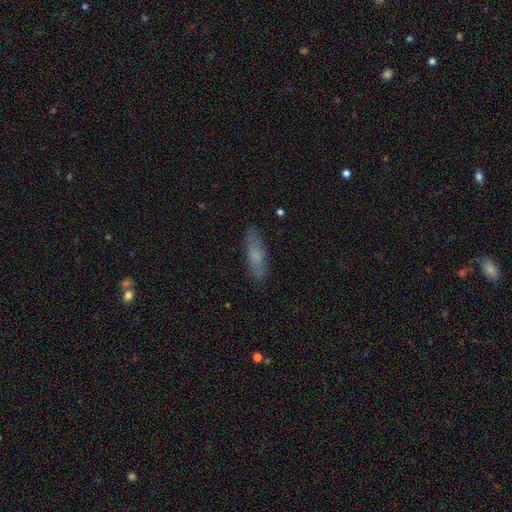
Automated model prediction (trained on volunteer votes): Smooth or featured?
  - smooth: 69% *
  - featured or disk: 23%
  - star or artifact: 8%
How rounded?
  - cigar-shaped: 56% *
  - in between: 42%
  - round: 2%
Merging?
  - none: 83% *
  - minor disturbance: 13%
  - major disturbance: 3%
  - merger: 1%